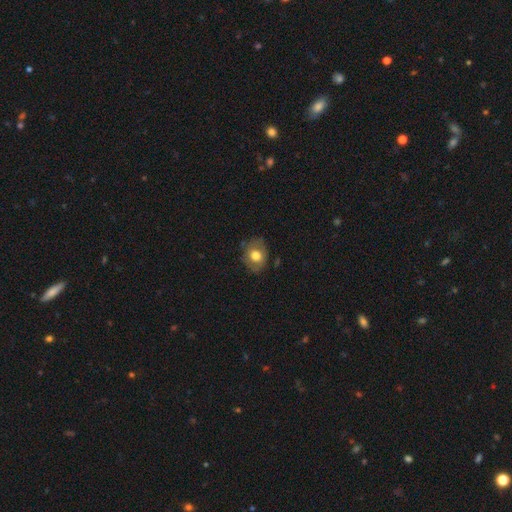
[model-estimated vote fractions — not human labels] Q: Smooth or featured?
A: smooth (68%); runner-up: featured or disk (23%)
Q: How rounded?
A: round (51%); runner-up: in between (48%)
Q: Merging?
A: none (73%); runner-up: minor disturbance (20%)